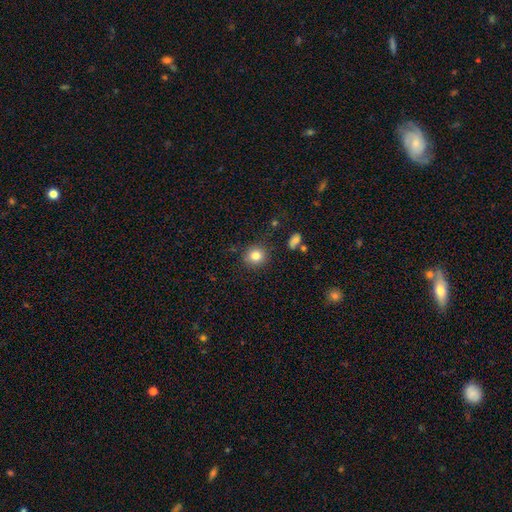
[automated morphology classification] This appears to be a smooth galaxy with no disk features (82%) that is round (89%). Merging: none (87%).